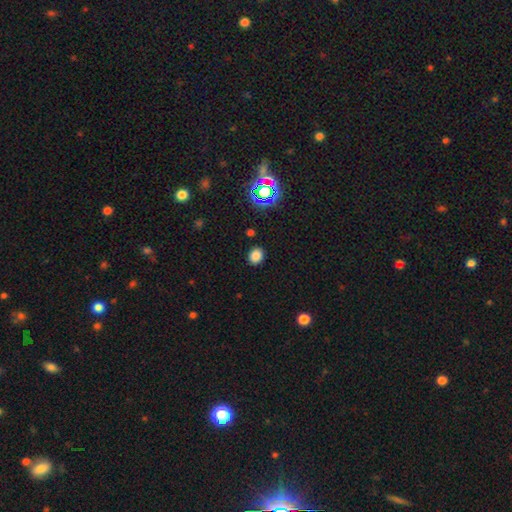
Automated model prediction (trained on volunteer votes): A smooth galaxy with no disk features (79%) that is round (57%). Merging: none (89%).